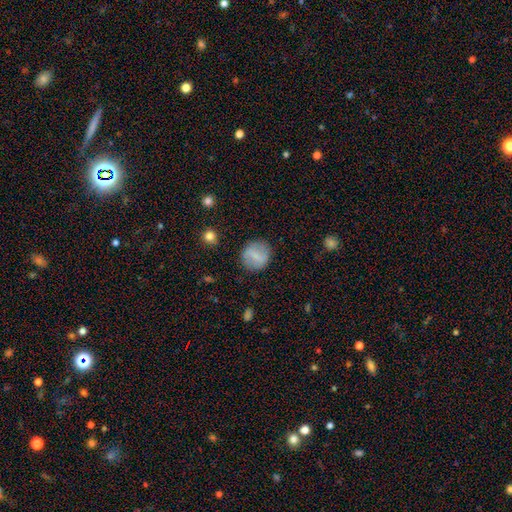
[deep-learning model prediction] Smooth or featured? smooth (60%)
How rounded? round (84%)
Merging? none (84%)